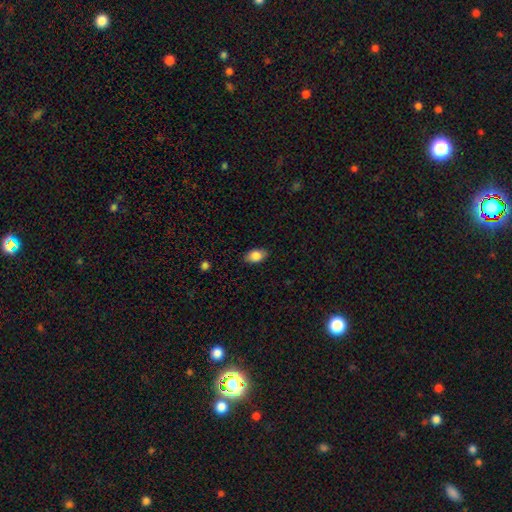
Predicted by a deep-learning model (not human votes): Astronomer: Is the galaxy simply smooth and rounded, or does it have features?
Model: smooth — 86%.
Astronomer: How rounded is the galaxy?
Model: in between — 88%.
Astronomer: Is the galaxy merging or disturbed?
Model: none — 86%.